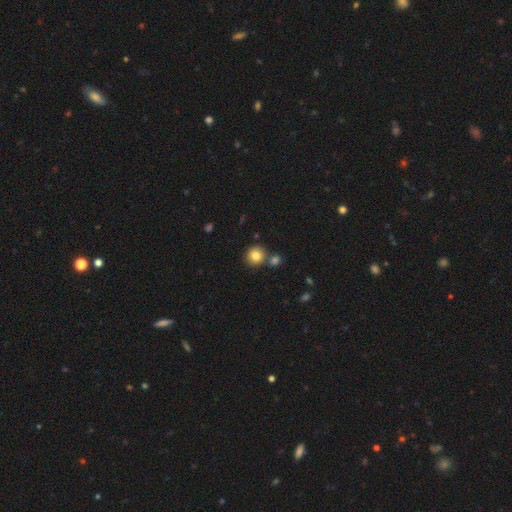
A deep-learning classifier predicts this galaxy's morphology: A smooth galaxy with no disk features (82%) that is round (89%). Merging: none (71%).